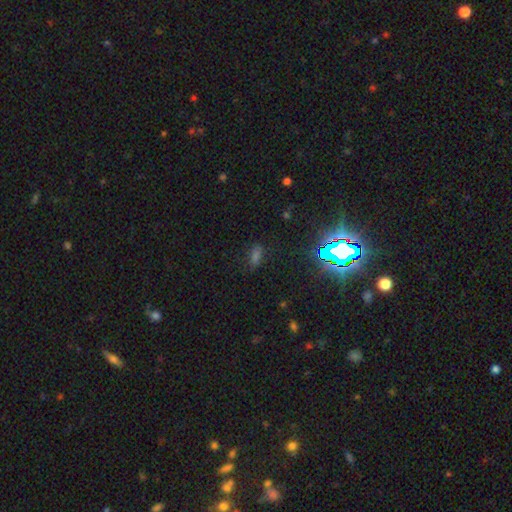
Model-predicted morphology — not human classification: Q: Smooth or featured?
A: star or artifact (46%); runner-up: smooth (43%)